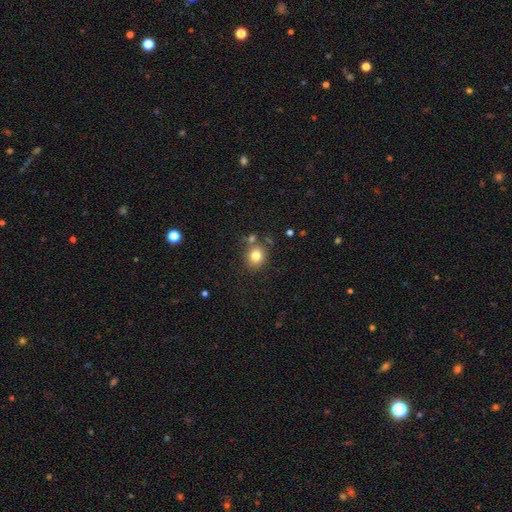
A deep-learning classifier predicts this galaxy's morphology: This is clearly a smooth galaxy (81%). How rounded: clearly round (82%). Merging: likely none (75%).